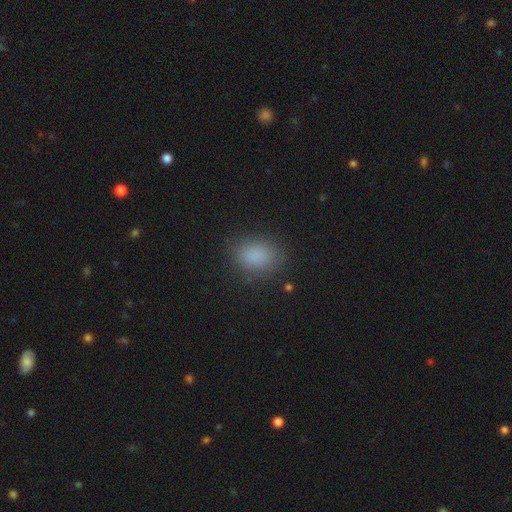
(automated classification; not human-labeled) smooth_or_featured: smooth (p=0.85) [alt: star or artifact p=0.10]
how_rounded: in between (p=0.69) [alt: round p=0.30]
merging: none (p=0.83) [alt: minor disturbance p=0.12]